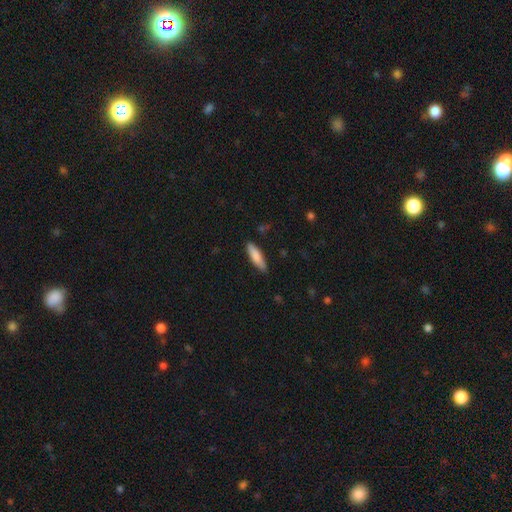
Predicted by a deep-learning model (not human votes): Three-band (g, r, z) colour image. It shows a smooth galaxy with no disk features (83%) that is cigar-shaped (63%). Merging: none (85%).